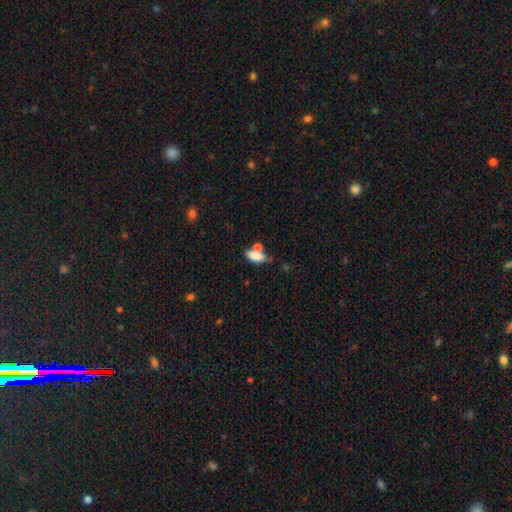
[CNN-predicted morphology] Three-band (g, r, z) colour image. It shows a smooth galaxy with no disk features (76%) that is in between round and cigar-shaped (77%). Merging: none (44%).